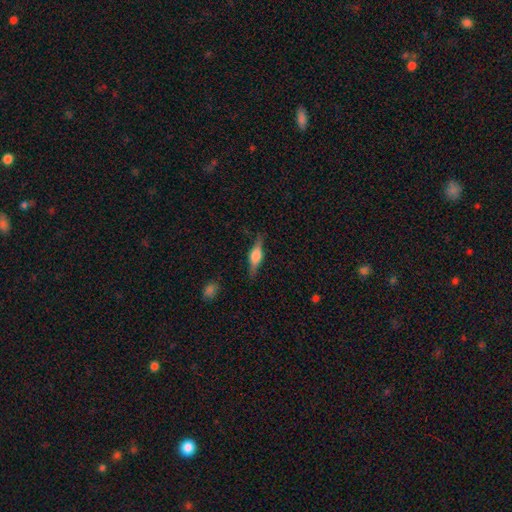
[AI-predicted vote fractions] A featured or disk galaxy (61%) viewed edge-on (96%) with a rounded central bulge (86%).

Vote fractions:
- Smooth or featured? featured or disk: 61% / smooth: 32% / star or artifact: 7%
- Edge-on disk? yes: 96% / no: 4%
- Edge-on bulge? rounded: 86% / boxy: 12% / none: 2%
- Merging? none: 85% / minor disturbance: 11% / major disturbance: 3% / merger: 1%